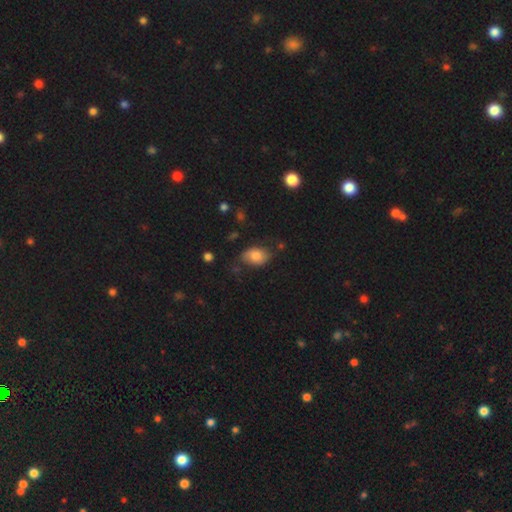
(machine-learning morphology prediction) smooth_or_featured: smooth (p=0.75) [alt: featured or disk p=0.17]
how_rounded: in between (p=0.85) [alt: round p=0.13]
merging: none (p=0.65) [alt: minor disturbance p=0.25]